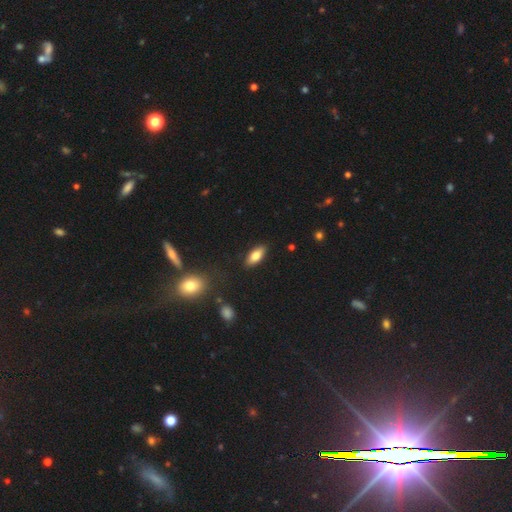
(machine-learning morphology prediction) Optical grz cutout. It shows a smooth galaxy with no disk features (77%) that is in between round and cigar-shaped (81%). Merging: none (87%).